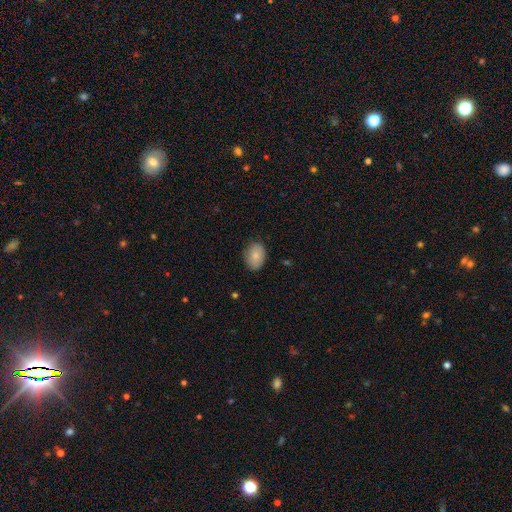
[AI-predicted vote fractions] Smooth or featured: smooth — 82% (featured or disk — 11%)
How rounded: in between — 76% (round — 23%)
Merging: none — 84% (minor disturbance — 13%)